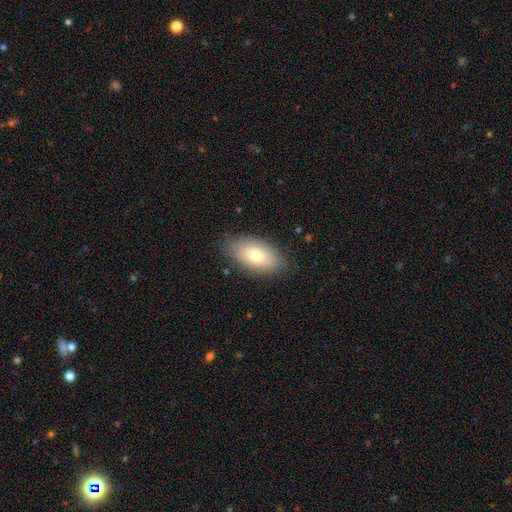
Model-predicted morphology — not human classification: Smooth or featured? smooth (74%)
How rounded? in between (92%)
Merging? none (83%)